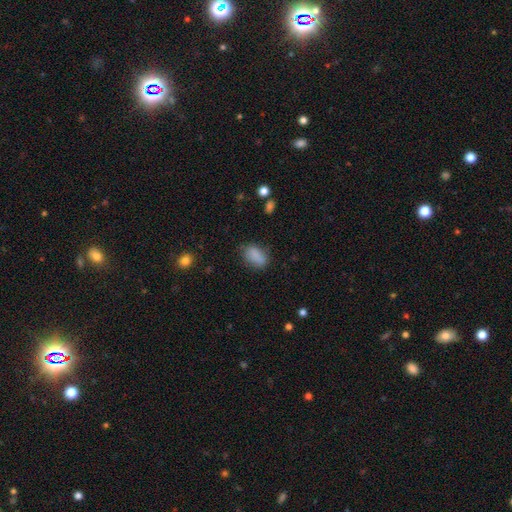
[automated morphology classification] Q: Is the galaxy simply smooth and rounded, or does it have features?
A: smooth — 85%.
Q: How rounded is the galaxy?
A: in between — 88%.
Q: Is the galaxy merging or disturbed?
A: none — 75%.